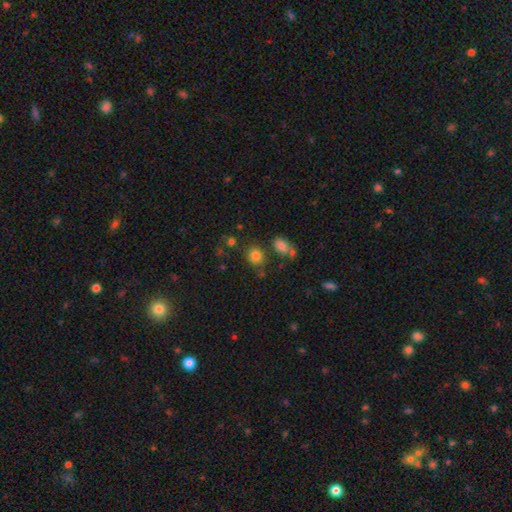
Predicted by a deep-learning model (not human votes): The model was most divided on "how rounded": round: 69%, in between: 30%, cigar-shaped: 1%. More confident: smooth or featured — smooth (80%); merging — none (74%).